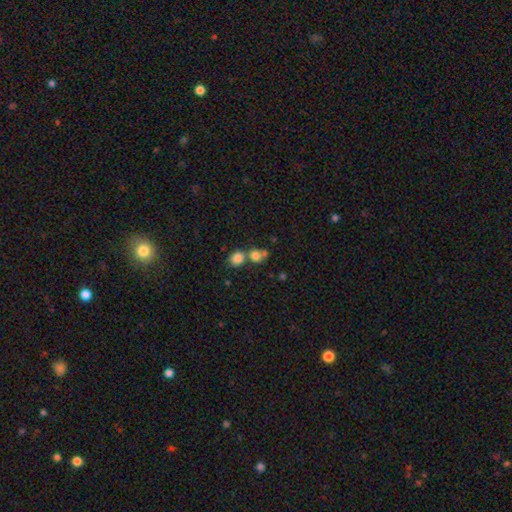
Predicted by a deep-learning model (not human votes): This is likely a smooth galaxy (79%). How rounded: likely round (74%). Merging: possibly merger (51%).